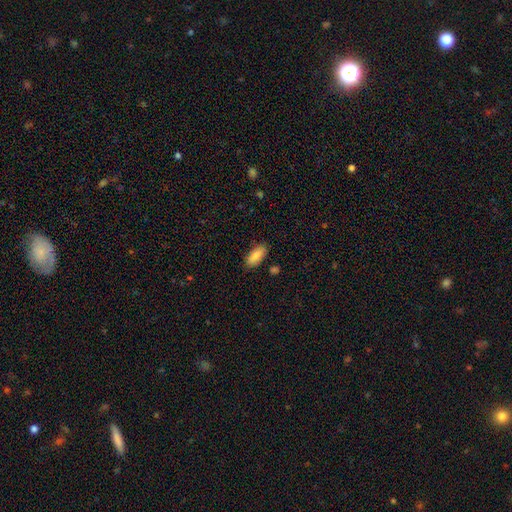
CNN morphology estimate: Overall: smooth (84%). How rounded: in between (87%). Merging: none (85%).